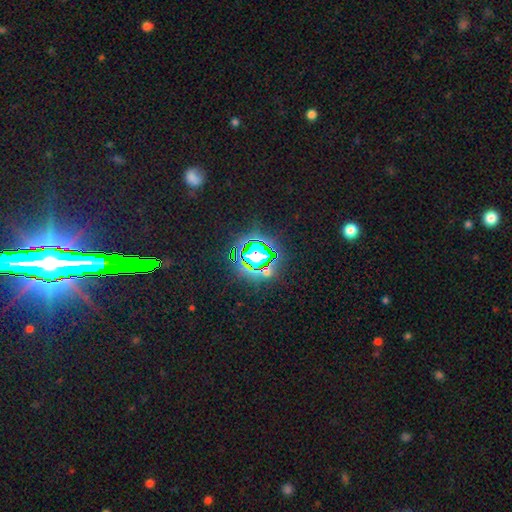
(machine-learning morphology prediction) Smooth or featured? Predicted: star or artifact (p=0.74).